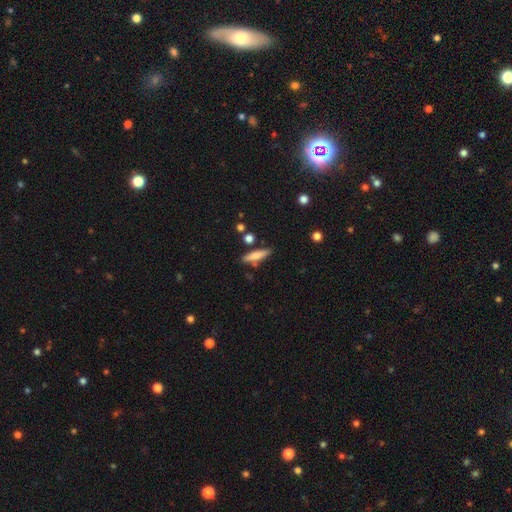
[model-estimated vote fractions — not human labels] smooth-or-featured: smooth: 74% | featured or disk: 19% | star or artifact: 7%
  how-rounded: cigar-shaped: 77% | in between: 20% | round: 2%
  merging: none: 79% | minor disturbance: 12% | merger: 6% | major disturbance: 3%